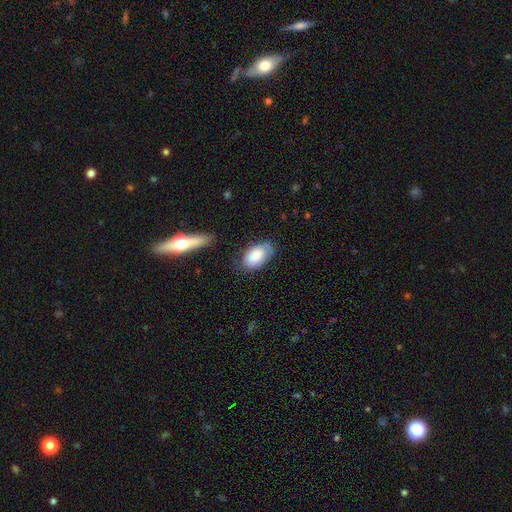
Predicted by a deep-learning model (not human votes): A smooth galaxy with no disk features (75%) that is in between round and cigar-shaped (92%).

Vote fractions:
- Smooth or featured? smooth: 75% / featured or disk: 18% / star or artifact: 6%
- How rounded? in between: 92% / round: 6% / cigar-shaped: 2%
- Merging? none: 63% / minor disturbance: 26% / major disturbance: 8% / merger: 4%